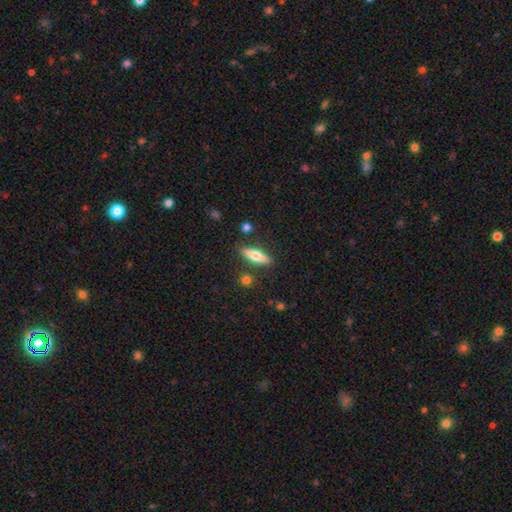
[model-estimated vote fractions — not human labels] Q: Smooth or featured?
A: smooth (55%); runner-up: featured or disk (39%)
Q: How rounded?
A: cigar-shaped (67%); runner-up: in between (30%)
Q: Merging?
A: none (85%); runner-up: minor disturbance (9%)